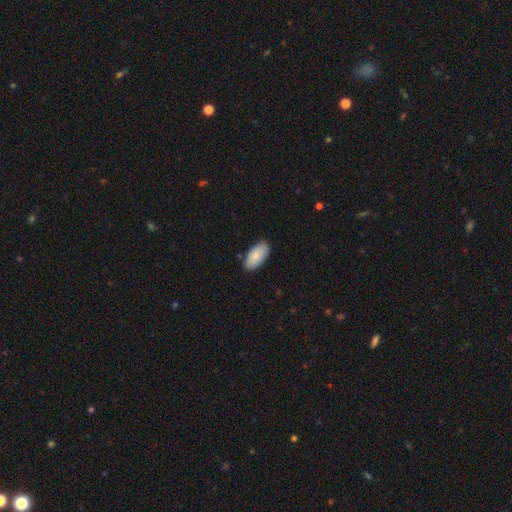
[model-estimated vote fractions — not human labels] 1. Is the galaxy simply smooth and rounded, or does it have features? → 85% smooth, 9% featured or disk, 6% star or artifact.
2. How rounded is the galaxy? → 94% in between, 4% cigar-shaped, 2% round.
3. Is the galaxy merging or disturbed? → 84% none, 12% minor disturbance, 2% major disturbance, 1% merger.